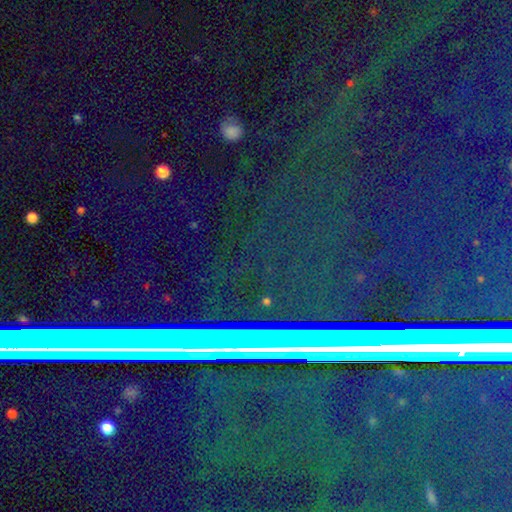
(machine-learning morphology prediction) The model was most divided on "smooth or featured": star or artifact: 80%, smooth: 10%, featured or disk: 10%.